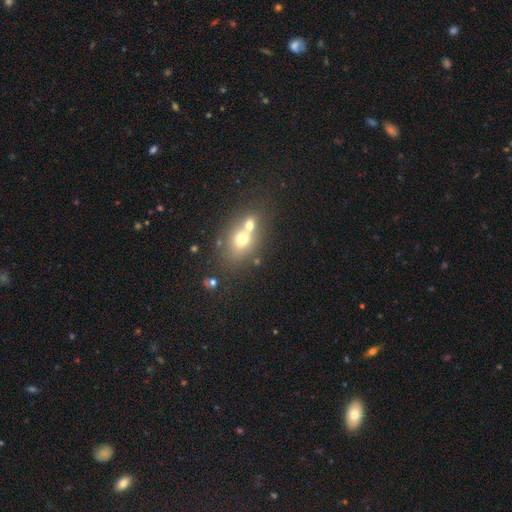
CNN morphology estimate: smooth-or-featured: smooth: 55% | featured or disk: 26% | star or artifact: 19%
  how-rounded: in between: 53% | round: 42% | cigar-shaped: 4%
  merging: merger: 53% | none: 36% | minor disturbance: 8% | major disturbance: 4%